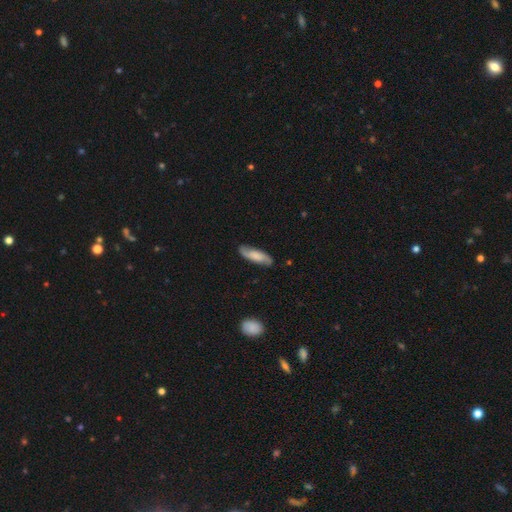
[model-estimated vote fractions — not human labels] Smooth or featured? Predicted: smooth (p=0.51). How rounded? Predicted: cigar-shaped (p=0.51). Merging? Predicted: none (p=0.80).